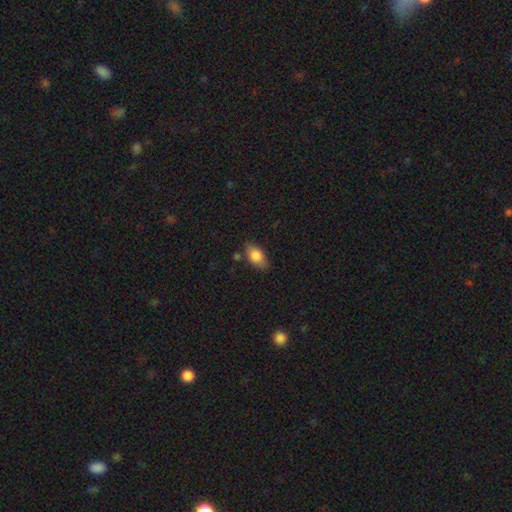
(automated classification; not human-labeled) Q: Smooth or featured?
A: smooth (80%); runner-up: featured or disk (13%)
Q: How rounded?
A: in between (88%); runner-up: round (7%)
Q: Merging?
A: none (76%); runner-up: minor disturbance (17%)